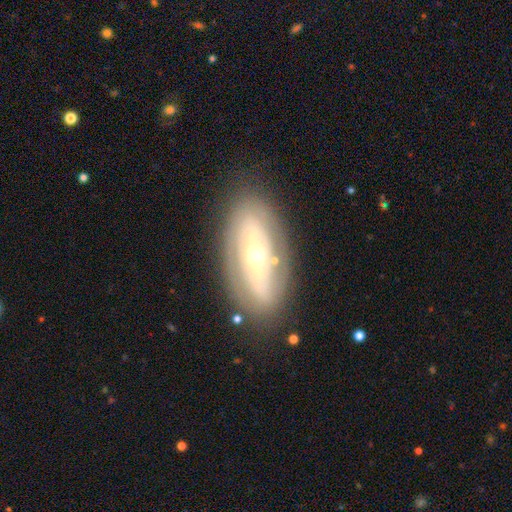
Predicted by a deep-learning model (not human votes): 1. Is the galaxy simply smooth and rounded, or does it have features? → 73% featured or disk, 21% smooth, 6% star or artifact.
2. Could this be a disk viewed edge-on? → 87% no, 13% yes.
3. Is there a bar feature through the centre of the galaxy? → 61% no, 22% weak, 17% strong.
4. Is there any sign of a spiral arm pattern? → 55% yes, 45% no.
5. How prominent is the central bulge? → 54% moderate, 40% small, 4% large, 1% dominant, 1% none.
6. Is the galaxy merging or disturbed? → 79% none, 14% minor disturbance, 5% major disturbance, 2% merger.